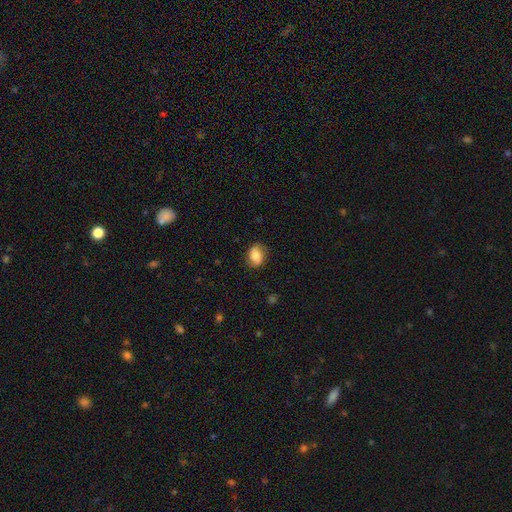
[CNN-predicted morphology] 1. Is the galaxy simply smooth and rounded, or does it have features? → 75% smooth, 17% featured or disk, 9% star or artifact.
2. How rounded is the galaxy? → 66% in between, 33% round, 1% cigar-shaped.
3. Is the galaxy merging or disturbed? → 76% none, 18% minor disturbance, 5% major disturbance, 1% merger.